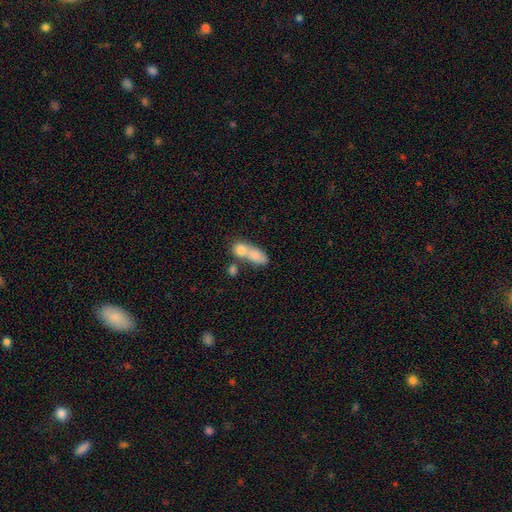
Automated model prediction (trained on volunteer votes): smooth_or_featured: smooth (p=0.76) [alt: featured or disk p=0.16]
how_rounded: in between (p=0.70) [alt: round p=0.16]
merging: merger (p=0.65) [alt: none p=0.20]